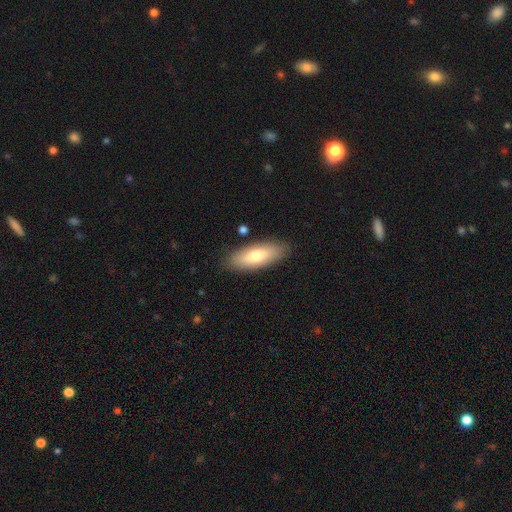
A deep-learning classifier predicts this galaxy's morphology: This is likely a smooth galaxy (74%). How rounded: likely in between (69%). Merging: clearly none (86%).